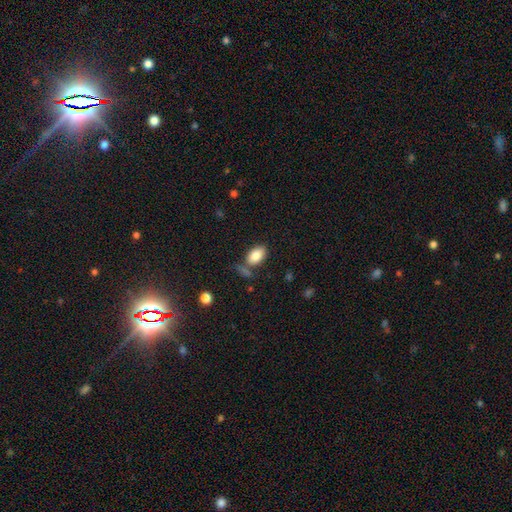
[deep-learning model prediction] This appears to be a smooth galaxy with no disk features (85%) that is in between round and cigar-shaped (91%). Merging: none (63%).